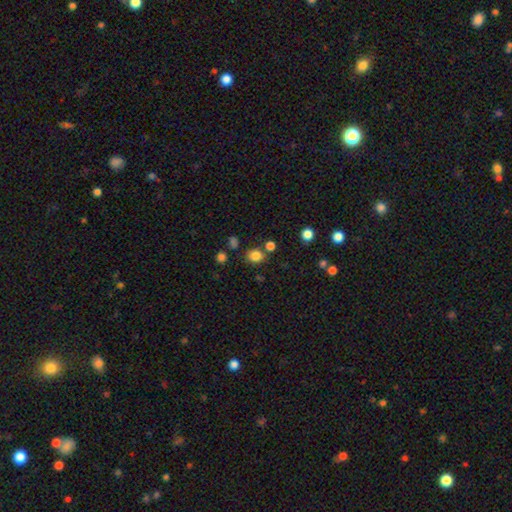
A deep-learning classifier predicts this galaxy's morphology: type=smooth (82%); roundness=round (68%); merging=none (76%).